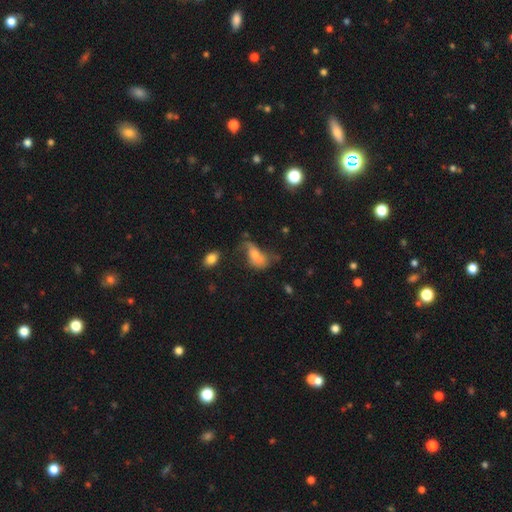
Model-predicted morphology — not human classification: Q: Smooth or featured?
A: smooth (51%); runner-up: featured or disk (37%)
Q: How rounded?
A: in between (84%); runner-up: cigar-shaped (10%)
Q: Merging?
A: major disturbance (30%); runner-up: none (27%)